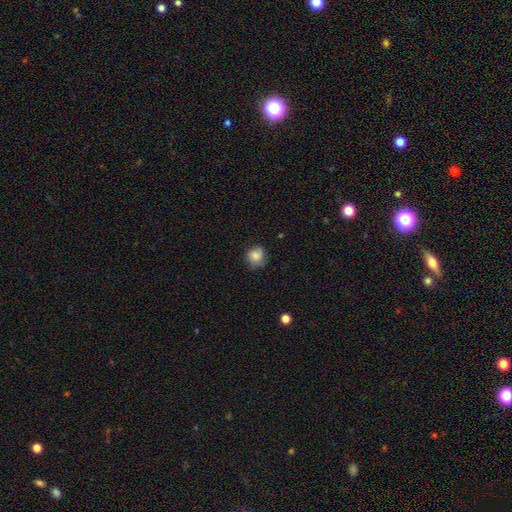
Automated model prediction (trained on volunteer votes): A smooth galaxy with no disk features (72%) that is round (80%). Merging: none (68%).